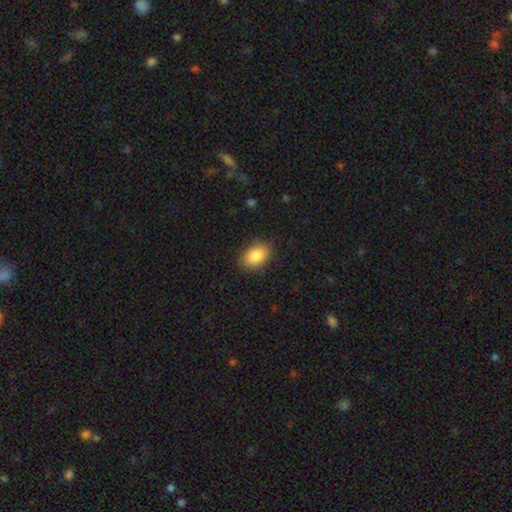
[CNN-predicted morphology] The model was most divided on "how rounded": in between: 83%, round: 15%, cigar-shaped: 1%. More confident: smooth or featured — smooth (86%); merging — none (85%).